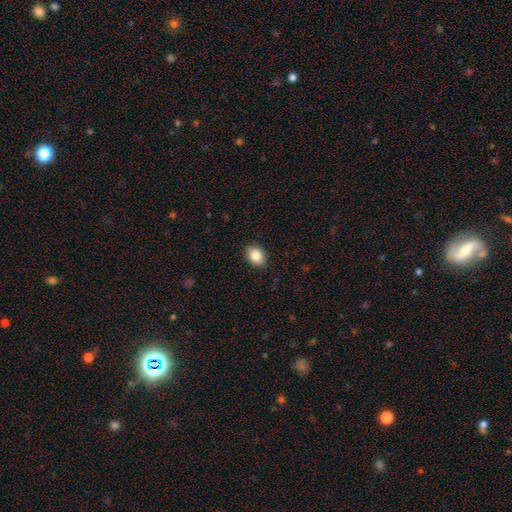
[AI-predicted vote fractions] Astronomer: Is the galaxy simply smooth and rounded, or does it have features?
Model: smooth — 86%.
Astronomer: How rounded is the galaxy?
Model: in between — 68%.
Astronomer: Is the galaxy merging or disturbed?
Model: none — 88%.